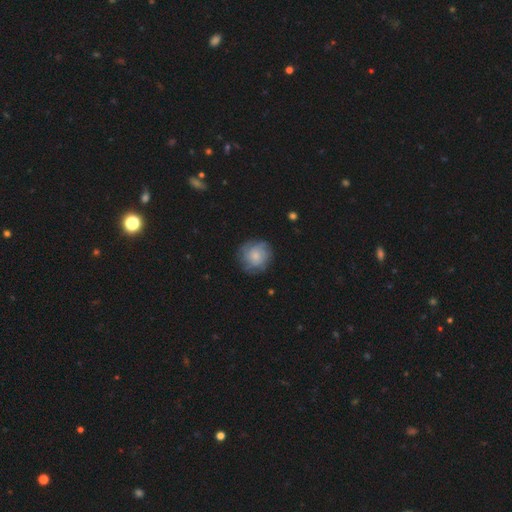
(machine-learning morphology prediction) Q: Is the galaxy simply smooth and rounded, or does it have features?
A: smooth — 51%.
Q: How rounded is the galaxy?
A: round — 89%.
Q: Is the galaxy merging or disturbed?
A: none — 77%.